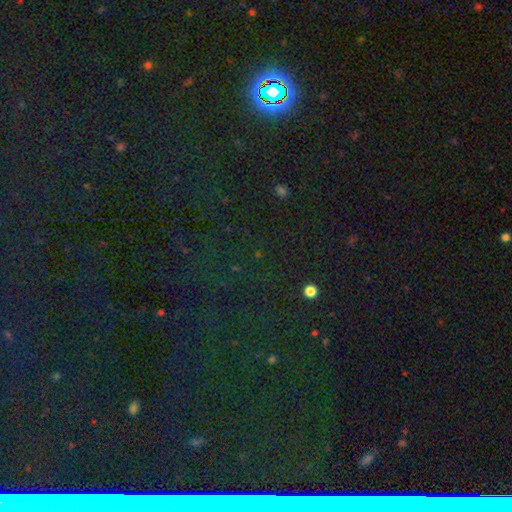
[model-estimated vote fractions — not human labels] Smooth or featured? star or artifact (79%)